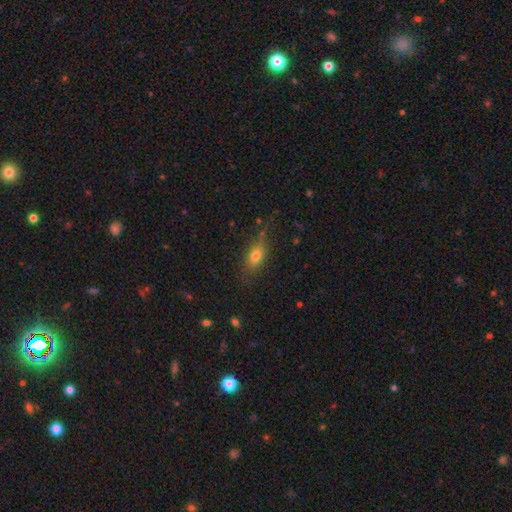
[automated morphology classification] Smooth or featured? Predicted: smooth (p=0.74). How rounded? Predicted: in between (p=0.75). Merging? Predicted: none (p=0.75).